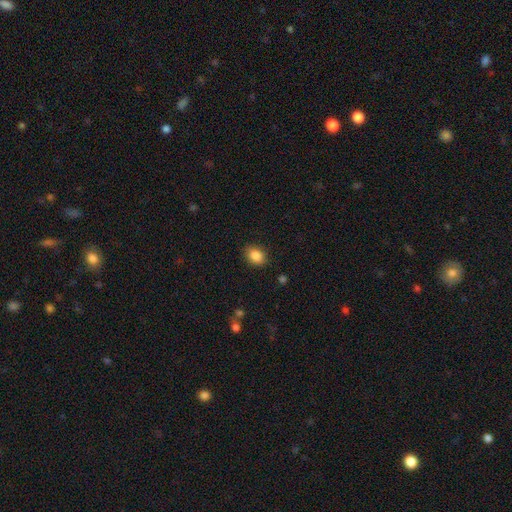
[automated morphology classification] smooth-or-featured: smooth: 86% | star or artifact: 9% | featured or disk: 5%
  how-rounded: in between: 63% | round: 36% | cigar-shaped: 1%
  merging: none: 87% | minor disturbance: 10% | major disturbance: 2% | merger: 1%